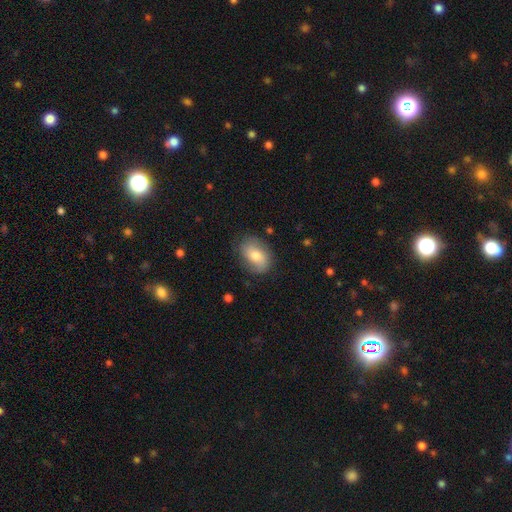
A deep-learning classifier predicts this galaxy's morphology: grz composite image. It shows a smooth galaxy with no disk features (68%) that is in between round and cigar-shaped (81%). Merging: none (76%).